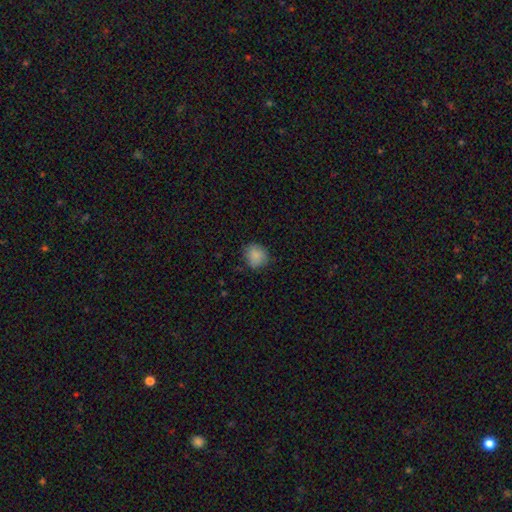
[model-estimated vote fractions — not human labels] Smooth or featured?
  - smooth: 84% *
  - star or artifact: 9%
  - featured or disk: 6%
How rounded?
  - round: 79% *
  - in between: 20%
  - cigar-shaped: 1%
Merging?
  - none: 76% *
  - minor disturbance: 18%
  - major disturbance: 4%
  - merger: 1%